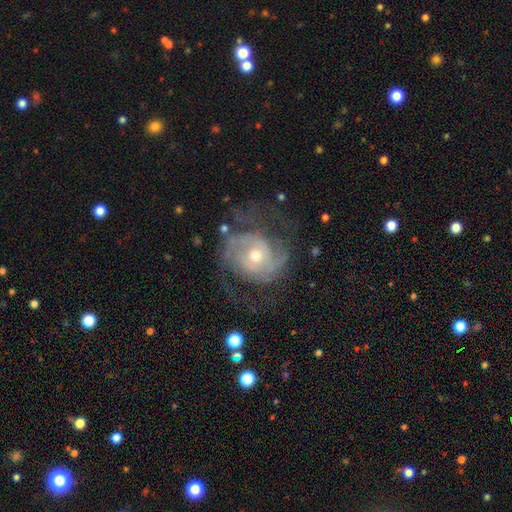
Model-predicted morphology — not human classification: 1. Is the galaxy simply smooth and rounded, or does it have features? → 87% featured or disk, 7% smooth, 6% star or artifact.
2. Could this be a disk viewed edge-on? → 97% no, 3% yes.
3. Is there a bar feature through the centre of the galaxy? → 65% no, 28% weak, 7% strong.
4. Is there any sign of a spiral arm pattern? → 95% yes, 5% no.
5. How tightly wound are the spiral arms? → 43% tight, 42% medium, 16% loose.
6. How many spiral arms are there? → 61% 2, 15% can't tell, 13% 3, 4% 1, 4% 4, 3% more than 4.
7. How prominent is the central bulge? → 59% moderate, 37% small, 3% large, 1% none, 1% dominant.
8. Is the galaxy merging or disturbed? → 62% none, 18% minor disturbance, 18% major disturbance, 2% merger.